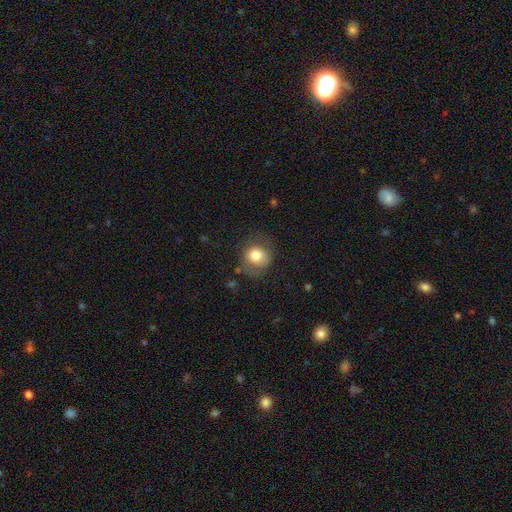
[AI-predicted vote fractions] smooth 77%, featured or disk 14%, star or artifact 9%. Down the decision tree: how rounded — round (80%); merging — none (65%).